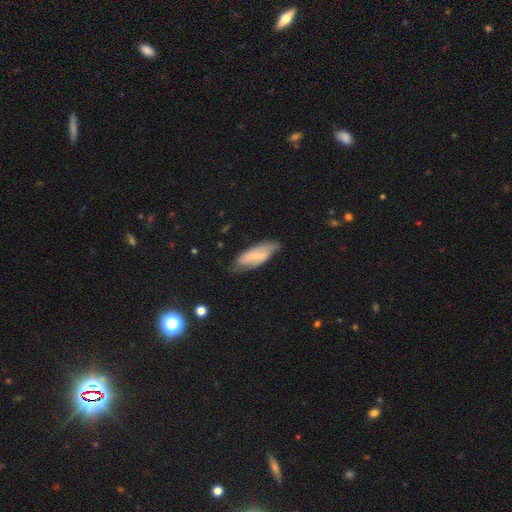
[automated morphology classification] This is possibly a smooth galaxy (49%). Merging: likely none (67%).